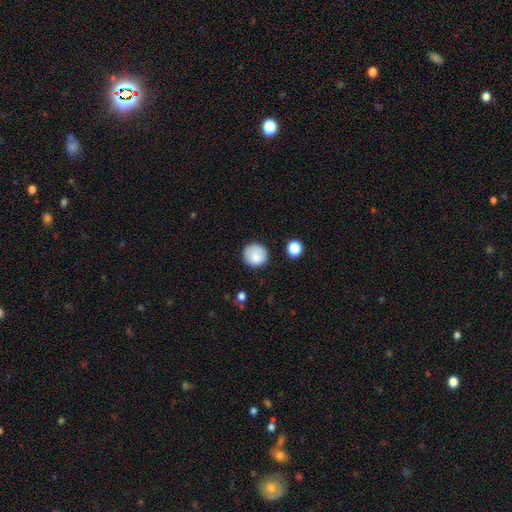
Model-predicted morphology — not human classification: Q: Smooth or featured?
A: smooth (85%); runner-up: star or artifact (8%)
Q: How rounded?
A: round (92%); runner-up: in between (7%)
Q: Merging?
A: none (84%); runner-up: minor disturbance (11%)